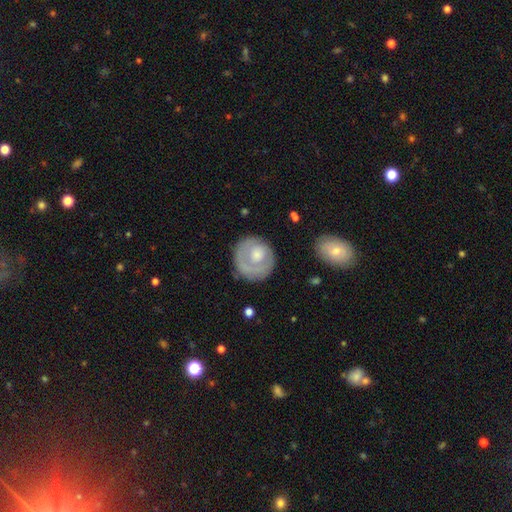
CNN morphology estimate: smooth_or_featured: smooth (p=0.52) [alt: featured or disk p=0.42]
how_rounded: round (p=0.88) [alt: in between p=0.11]
merging: none (p=0.70) [alt: minor disturbance p=0.18]